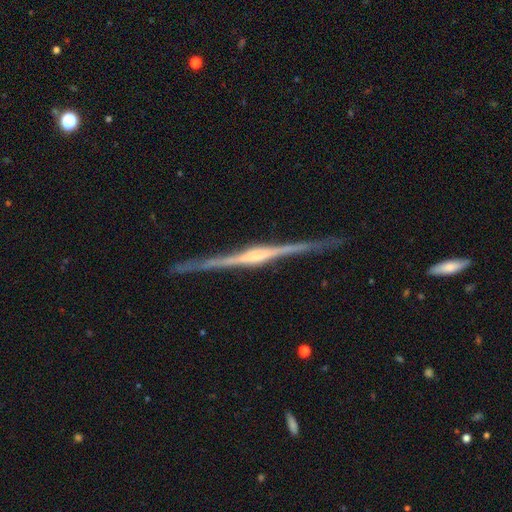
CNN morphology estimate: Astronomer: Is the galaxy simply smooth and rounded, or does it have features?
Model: featured or disk — 89%.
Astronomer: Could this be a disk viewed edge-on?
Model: yes — 99%.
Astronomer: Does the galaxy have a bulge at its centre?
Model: rounded — 66%.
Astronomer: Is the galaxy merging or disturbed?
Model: none — 89%.